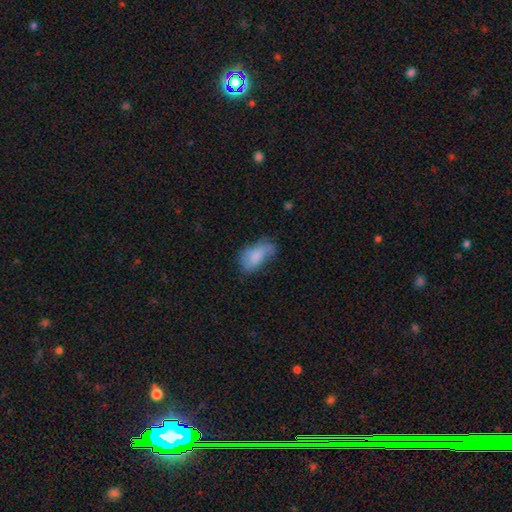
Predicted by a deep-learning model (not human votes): This is likely a smooth galaxy (71%). How rounded: clearly in between (91%). Merging: marginally none (43%).